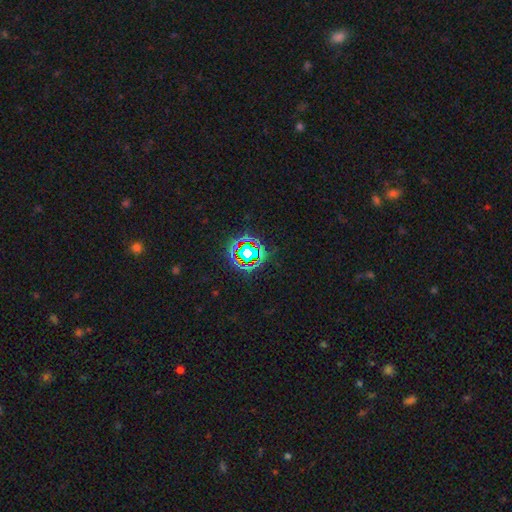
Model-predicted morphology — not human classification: Overall: star or artifact (74%).